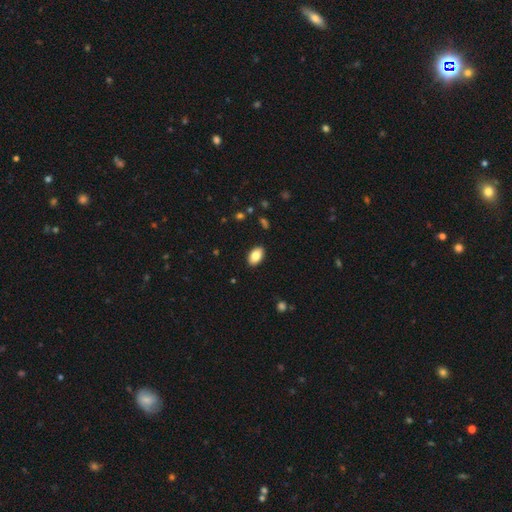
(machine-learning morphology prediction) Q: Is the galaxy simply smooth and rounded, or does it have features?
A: smooth — 83%.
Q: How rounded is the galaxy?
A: in between — 93%.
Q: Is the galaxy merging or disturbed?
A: none — 89%.